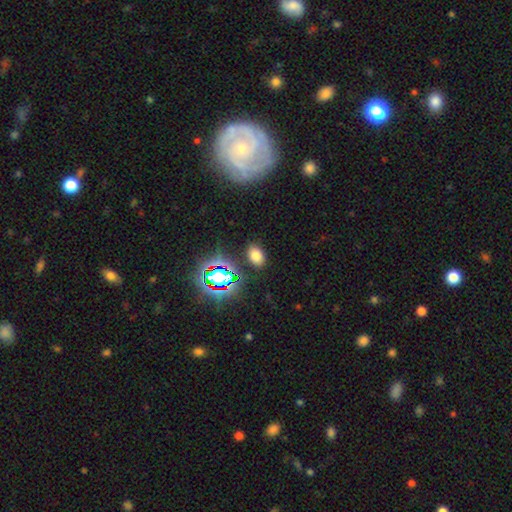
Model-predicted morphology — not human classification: A smooth galaxy with no disk features (70%) that is in between round and cigar-shaped (84%). Merging: none (85%).